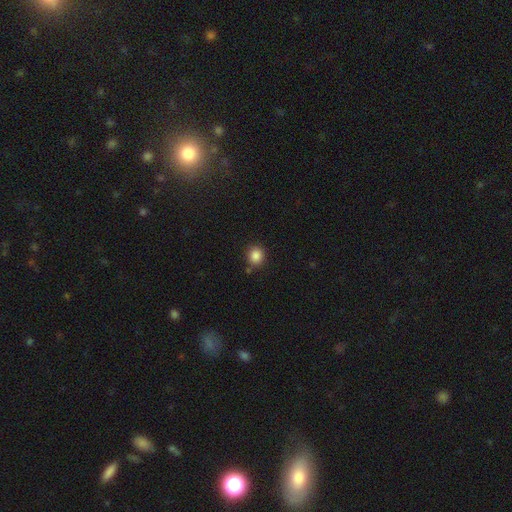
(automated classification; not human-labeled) smooth_or_featured: smooth (p=0.86) [alt: star or artifact p=0.10]
how_rounded: round (p=0.82) [alt: in between p=0.17]
merging: none (p=0.81) [alt: minor disturbance p=0.11]